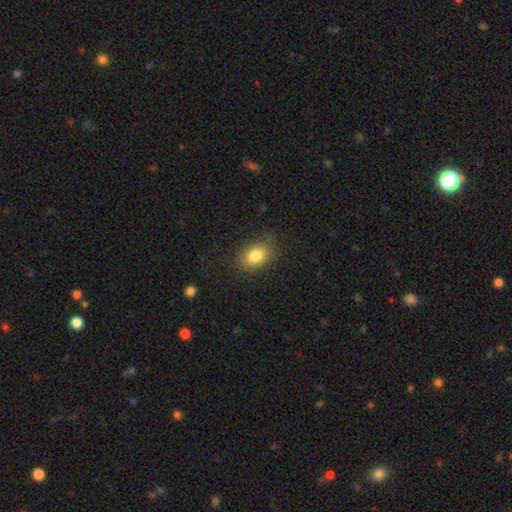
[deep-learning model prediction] smooth_or_featured: smooth (p=0.83) [alt: star or artifact p=0.09]
how_rounded: in between (p=0.81) [alt: round p=0.18]
merging: none (p=0.80) [alt: minor disturbance p=0.14]